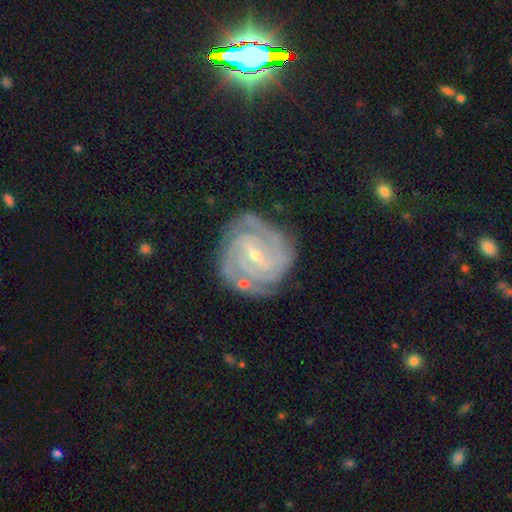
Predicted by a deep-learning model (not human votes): Smooth or featured: featured or disk — 90% (star or artifact — 5%)
Edge-on disk: no — 97% (yes — 3%)
Bar: weak — 54% (strong — 26%)
Spiral arms: yes — 98% (no — 2%)
Spiral winding: tight — 77% (medium — 20%)
Spiral arm count: 3 — 32% (2 — 22%)
Bulge size: small — 61% (moderate — 37%)
Merging: none — 76% (minor disturbance — 16%)